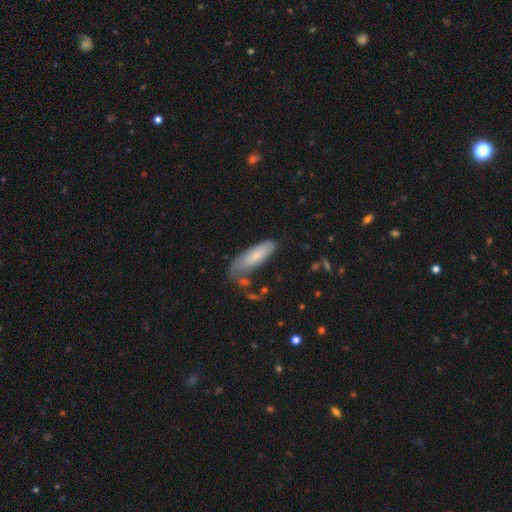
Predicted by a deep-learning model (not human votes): Overall: smooth (74%). How rounded: in between (50%; cigar-shaped 48%). Merging: none (54%; minor disturbance 27%).